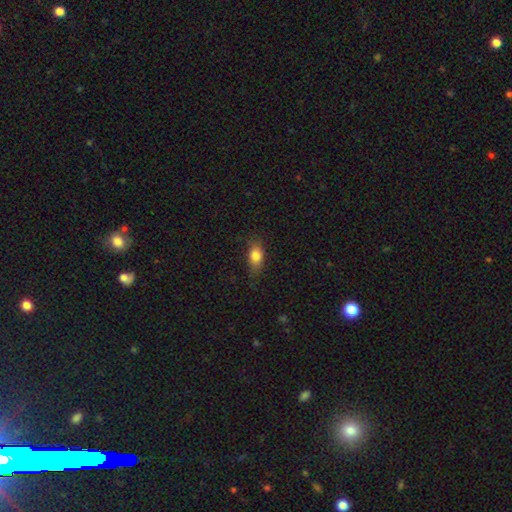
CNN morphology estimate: Q: Smooth or featured?
A: smooth (81%); runner-up: featured or disk (10%)
Q: How rounded?
A: in between (80%); runner-up: round (12%)
Q: Merging?
A: none (76%); runner-up: minor disturbance (18%)